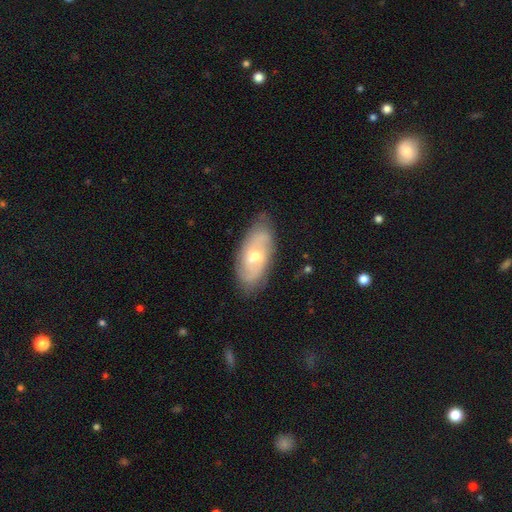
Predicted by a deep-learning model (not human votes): The model was most divided on "bar": weak: 46%, no: 45%, strong: 10%. Remaining: edge-on disk — no (90%); spiral arms — yes (82%); merging — none (77%); smooth or featured — featured or disk (67%); bulge size — moderate (62%); spiral arm count — 2 (52%); spiral winding — tight (41%).